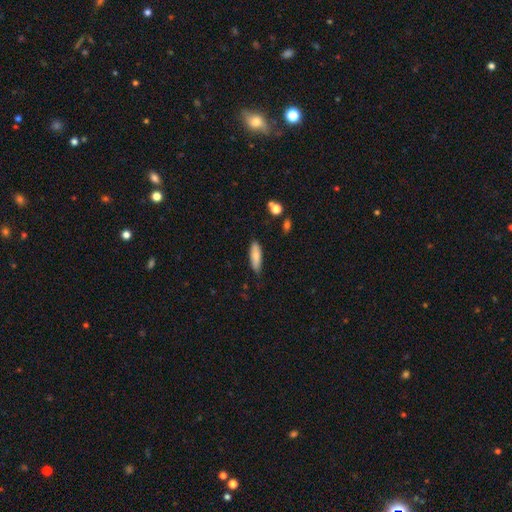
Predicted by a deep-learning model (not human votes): The model was most divided on "how rounded": cigar-shaped: 51%, in between: 47%, round: 2%. More confident: merging — none (81%); smooth or featured — smooth (80%).